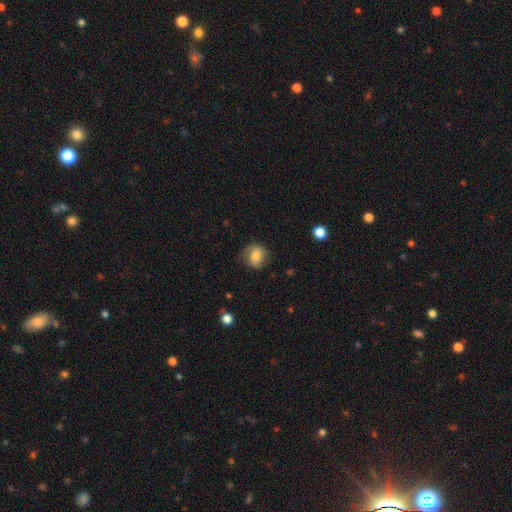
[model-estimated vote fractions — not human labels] Smooth or featured? Predicted: smooth (p=0.77). How rounded? Predicted: round (p=0.72). Merging? Predicted: none (p=0.73).